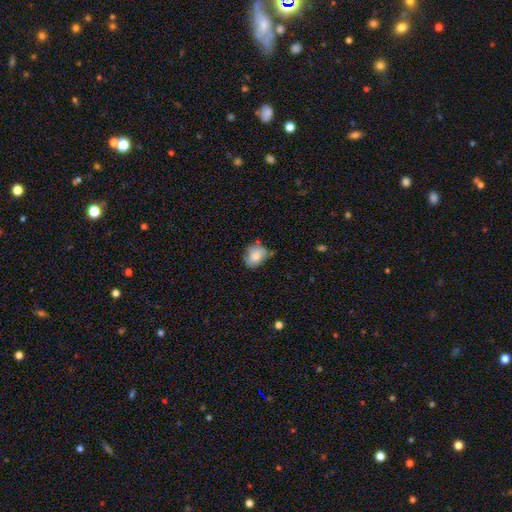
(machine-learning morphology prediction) smooth-or-featured: smooth: 74% | featured or disk: 17% | star or artifact: 9%
  how-rounded: in between: 52% | round: 47% | cigar-shaped: 1%
  merging: none: 52% | minor disturbance: 33% | major disturbance: 9% | merger: 6%